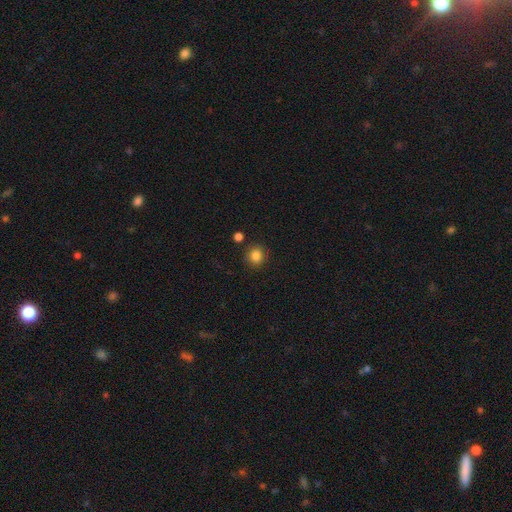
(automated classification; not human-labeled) Smooth or featured: smooth — 85% (star or artifact — 11%)
How rounded: round — 87% (in between — 12%)
Merging: none — 85% (minor disturbance — 9%)